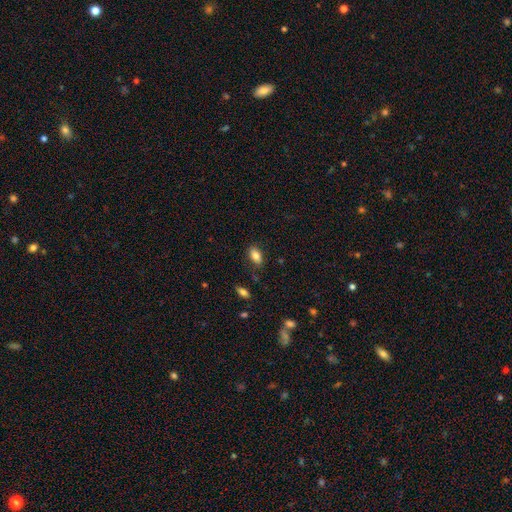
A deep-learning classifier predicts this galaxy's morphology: type=smooth (82%); roundness=in between (90%); merging=none (81%).